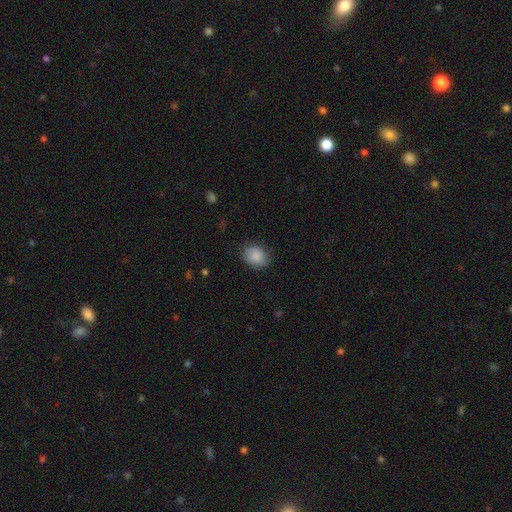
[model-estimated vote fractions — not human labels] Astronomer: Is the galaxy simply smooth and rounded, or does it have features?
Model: smooth — 87%.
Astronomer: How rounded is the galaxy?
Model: in between — 51% (runner-up: round, 48%).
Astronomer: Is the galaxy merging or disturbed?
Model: none — 81%.